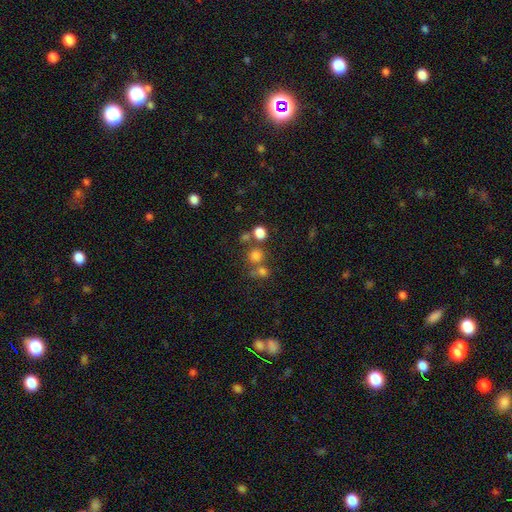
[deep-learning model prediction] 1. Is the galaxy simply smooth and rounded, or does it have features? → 71% smooth, 19% star or artifact, 10% featured or disk.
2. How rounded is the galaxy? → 90% round, 9% in between, 1% cigar-shaped.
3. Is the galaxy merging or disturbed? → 61% none, 27% merger, 8% minor disturbance, 4% major disturbance.